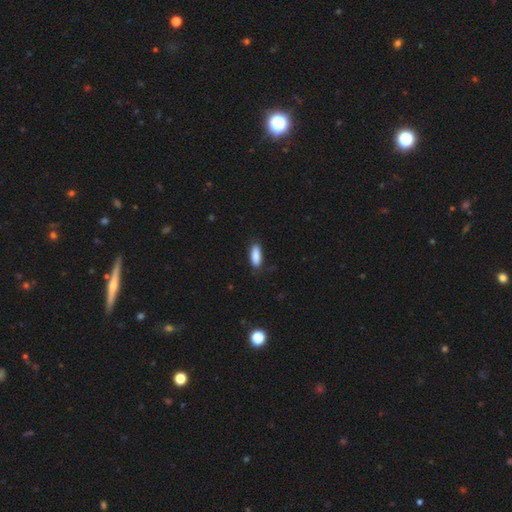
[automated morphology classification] smooth_or_featured: smooth (p=0.88) [alt: star or artifact p=0.07]
how_rounded: in between (p=0.70) [alt: cigar-shaped p=0.28]
merging: none (p=0.81) [alt: minor disturbance p=0.15]